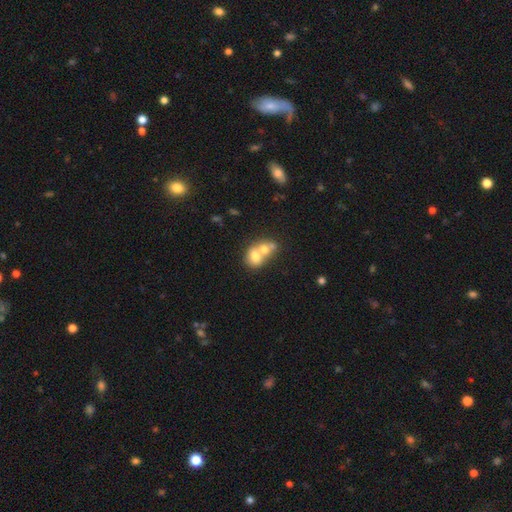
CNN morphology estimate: This is likely a smooth galaxy (65%). How rounded: possibly in between (50%). Merging: likely merger (74%).